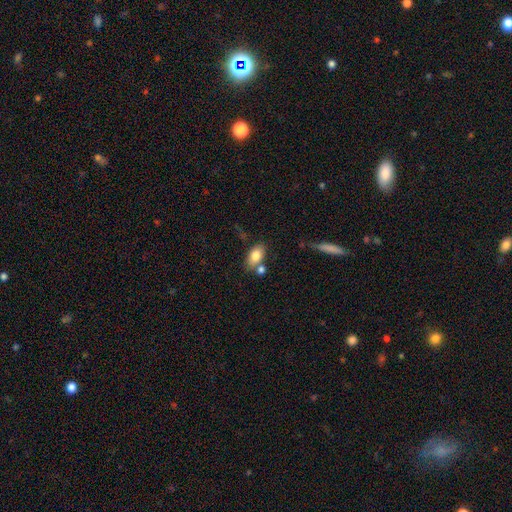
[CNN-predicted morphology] smooth-or-featured: smooth: 80% | featured or disk: 12% | star or artifact: 7%
  how-rounded: in between: 89% | round: 8% | cigar-shaped: 3%
  merging: none: 64% | merger: 18% | minor disturbance: 14% | major disturbance: 4%